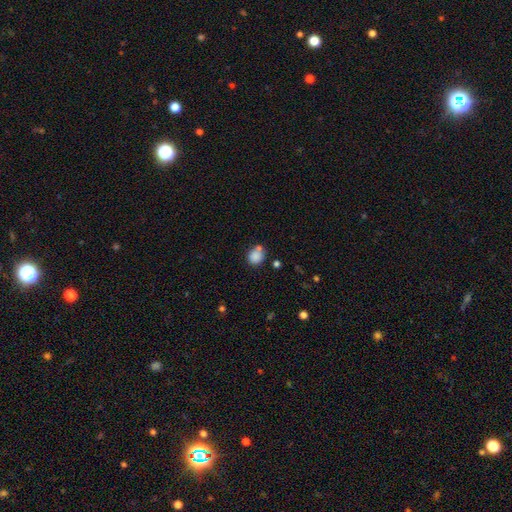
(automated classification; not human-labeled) Smooth or featured: smooth — 84% (star or artifact — 10%)
How rounded: round — 78% (in between — 21%)
Merging: none — 60% (merger — 20%)